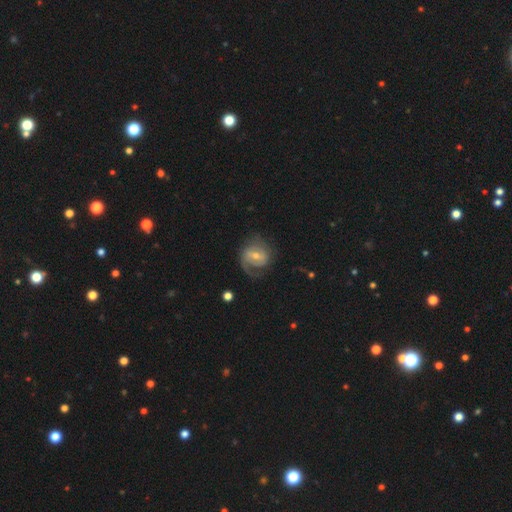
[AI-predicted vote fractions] Morphology: type=featured or disk (76%); edge-on=no (97%); bar=weak (54%); spiral arms=yes (90%); winding=medium (41%); arm count=2 (53%); bulge=moderate (55%); merging=none (58%).